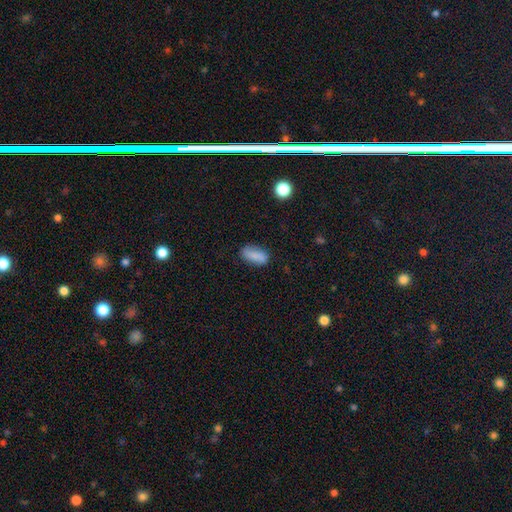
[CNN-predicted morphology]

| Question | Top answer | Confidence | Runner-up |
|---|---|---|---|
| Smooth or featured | smooth | 82% | featured or disk (10%) |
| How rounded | in between | 85% | cigar-shaped (11%) |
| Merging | none | 76% | minor disturbance (17%) |